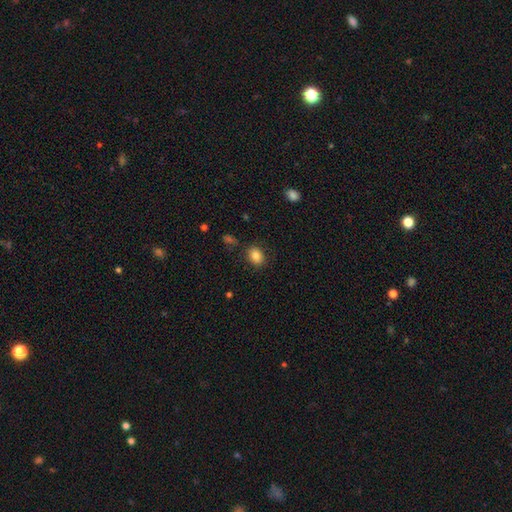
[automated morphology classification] Smooth or featured?
  - smooth: 84% *
  - star or artifact: 10%
  - featured or disk: 7%
How rounded?
  - in between: 60% *
  - round: 39%
  - cigar-shaped: 1%
Merging?
  - none: 83% *
  - minor disturbance: 11%
  - major disturbance: 3%
  - merger: 2%